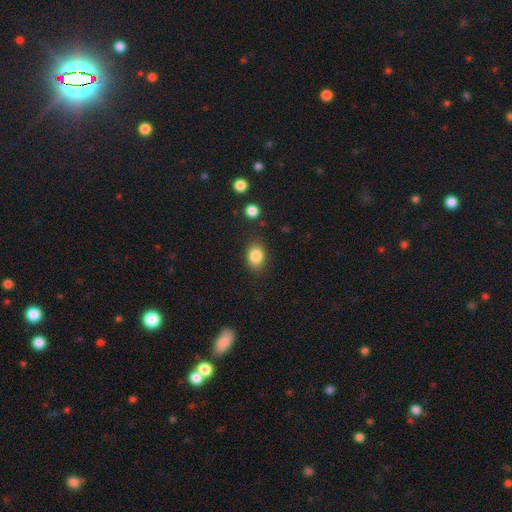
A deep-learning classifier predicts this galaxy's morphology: smooth_or_featured: smooth (p=0.85) [alt: star or artifact p=0.09]
how_rounded: in between (p=0.66) [alt: round p=0.33]
merging: none (p=0.83) [alt: minor disturbance p=0.11]